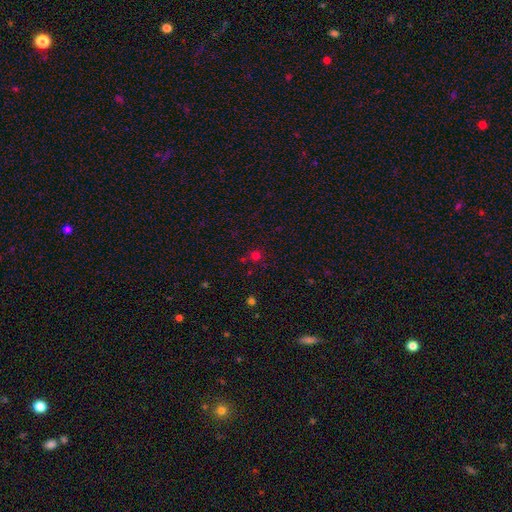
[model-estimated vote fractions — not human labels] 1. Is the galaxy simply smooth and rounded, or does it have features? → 63% smooth, 31% star or artifact, 6% featured or disk.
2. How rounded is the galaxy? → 92% round, 7% in between, 1% cigar-shaped.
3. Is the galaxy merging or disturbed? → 74% none, 11% merger, 11% minor disturbance, 4% major disturbance.